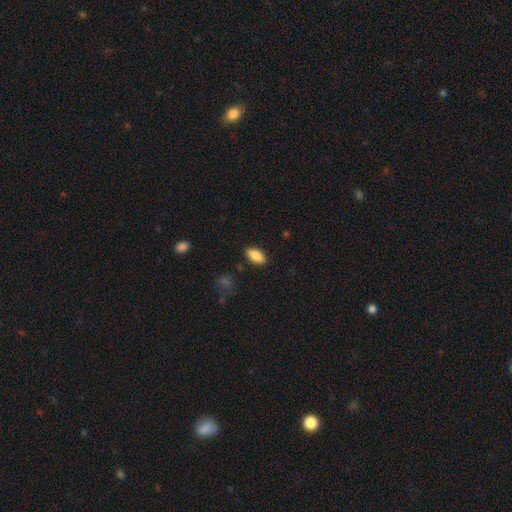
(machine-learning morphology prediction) Smooth or featured? Predicted: smooth (p=0.88). How rounded? Predicted: in between (p=0.90). Merging? Predicted: none (p=0.87).